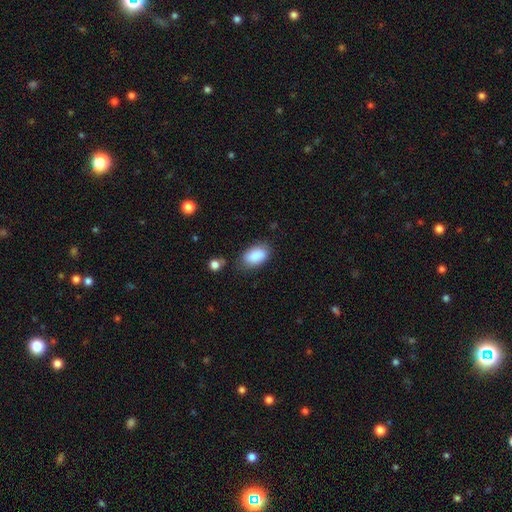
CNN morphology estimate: Q: Smooth or featured?
A: smooth (87%); runner-up: star or artifact (7%)
Q: How rounded?
A: in between (92%); runner-up: round (5%)
Q: Merging?
A: none (74%); runner-up: minor disturbance (18%)